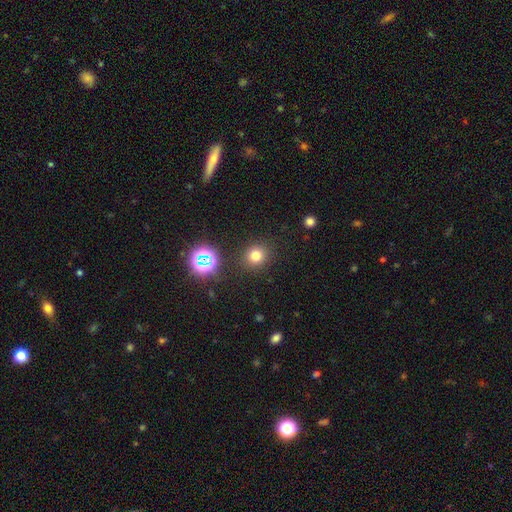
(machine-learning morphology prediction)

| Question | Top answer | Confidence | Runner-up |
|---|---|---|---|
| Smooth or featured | smooth | 74% | star or artifact (19%) |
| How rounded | round | 85% | in between (14%) |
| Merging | none | 87% | minor disturbance (7%) |